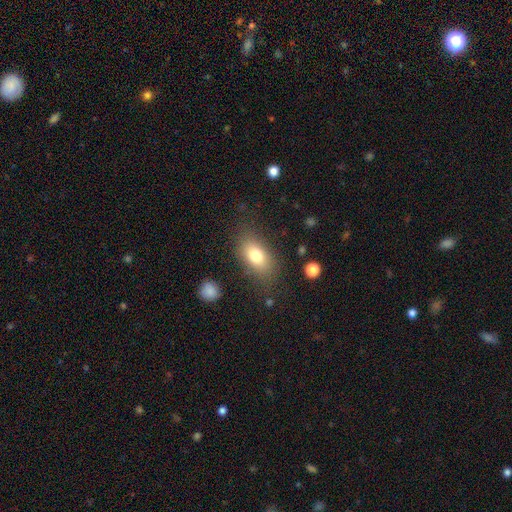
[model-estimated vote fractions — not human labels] Morphology: type=smooth (76%); roundness=in between (85%); merging=none (77%).